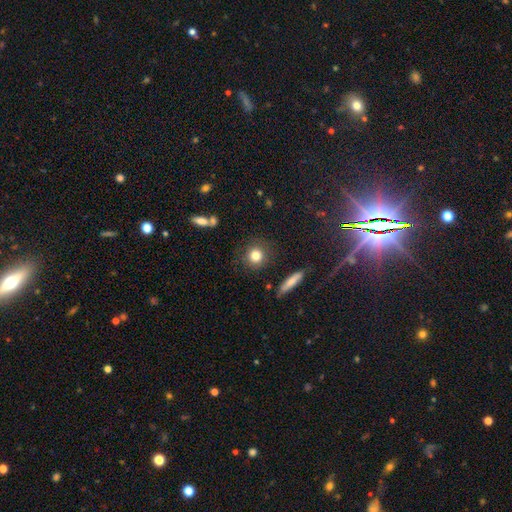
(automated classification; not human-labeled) Smooth or featured? Predicted: smooth (p=0.82). How rounded? Predicted: round (p=0.87). Merging? Predicted: none (p=0.85).